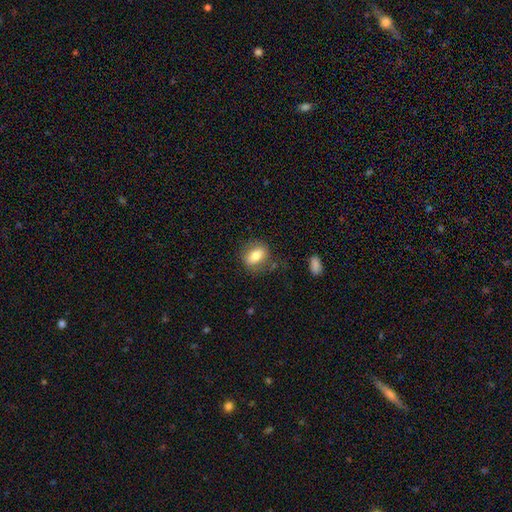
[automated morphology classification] This is likely a smooth galaxy (72%). How rounded: likely in between (70%). Merging: likely none (76%).